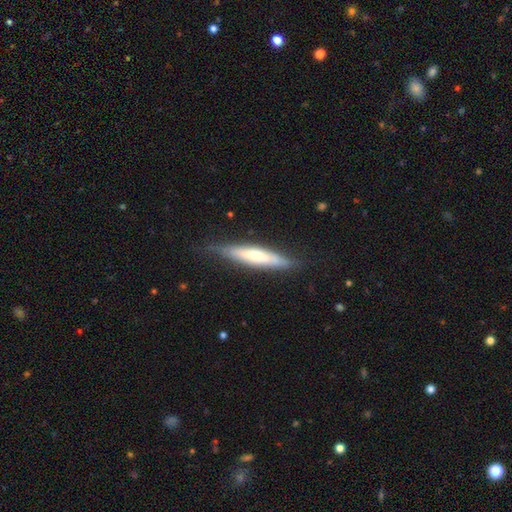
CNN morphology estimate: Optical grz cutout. It shows a smooth galaxy with no disk features (50%). Merging: none (75%).